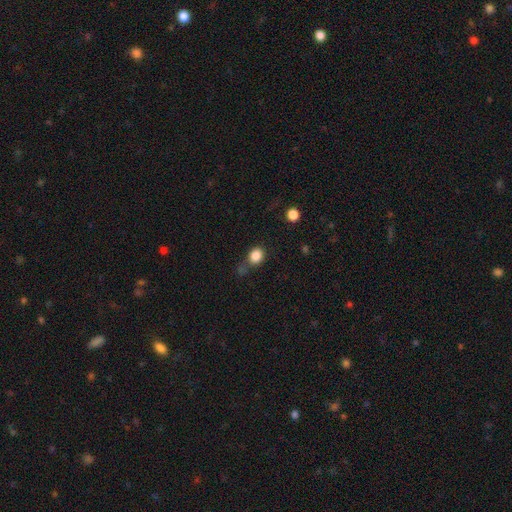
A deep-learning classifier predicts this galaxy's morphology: This appears to be a smooth galaxy with no disk features (85%) that is round (62%). Merging: none (57%).